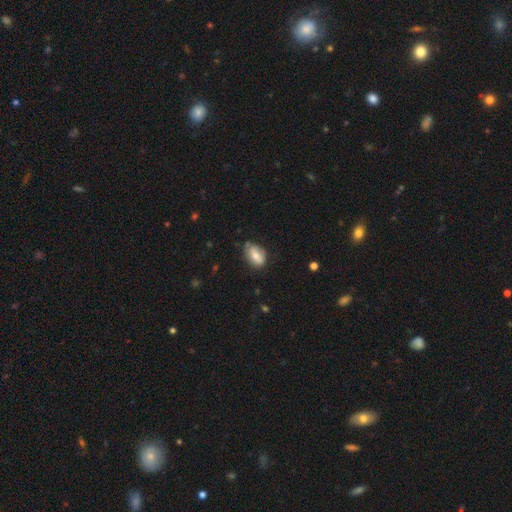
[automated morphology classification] Smooth or featured: smooth — 64% (featured or disk — 29%)
How rounded: in between — 86% (round — 12%)
Merging: none — 62% (minor disturbance — 29%)